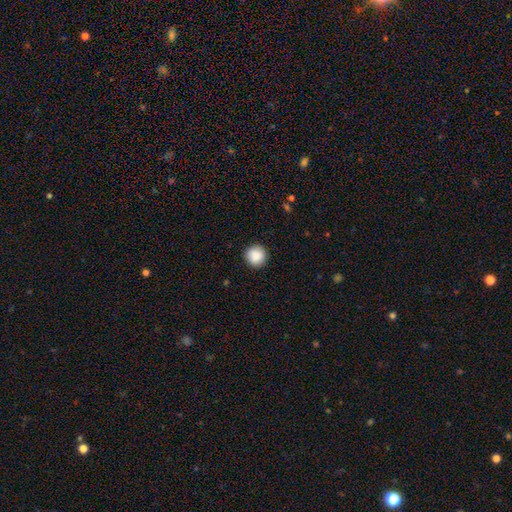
This appears to be a smooth galaxy with no disk features (87%) that is round (94%). Merging: none (78%).